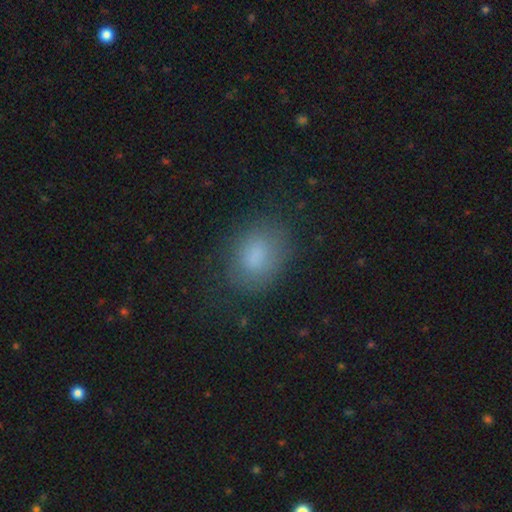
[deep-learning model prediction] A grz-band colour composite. It shows a smooth galaxy with no disk features (80%) that is in between round and cigar-shaped (71%). Merging: none (76%).